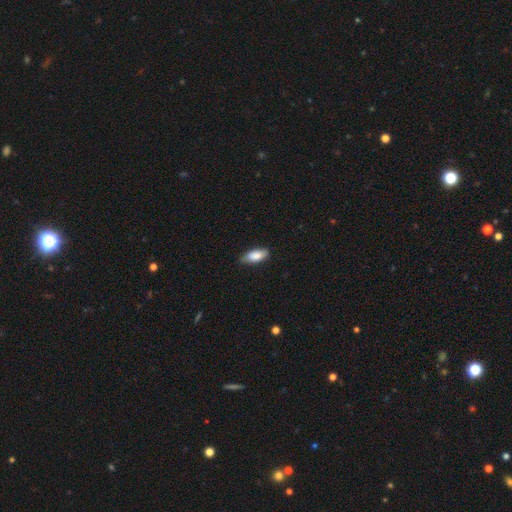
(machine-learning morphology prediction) Q: Smooth or featured?
A: smooth (85%); runner-up: featured or disk (9%)
Q: How rounded?
A: in between (83%); runner-up: cigar-shaped (15%)
Q: Merging?
A: none (80%); runner-up: minor disturbance (17%)